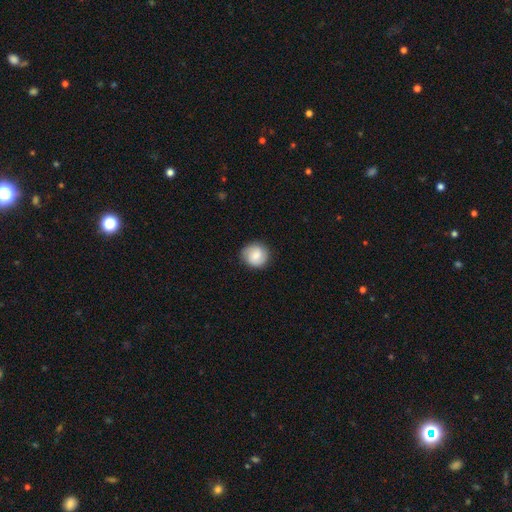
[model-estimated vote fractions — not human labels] Smooth or featured: smooth — 69% (featured or disk — 24%)
How rounded: round — 88% (in between — 11%)
Merging: none — 87% (minor disturbance — 10%)